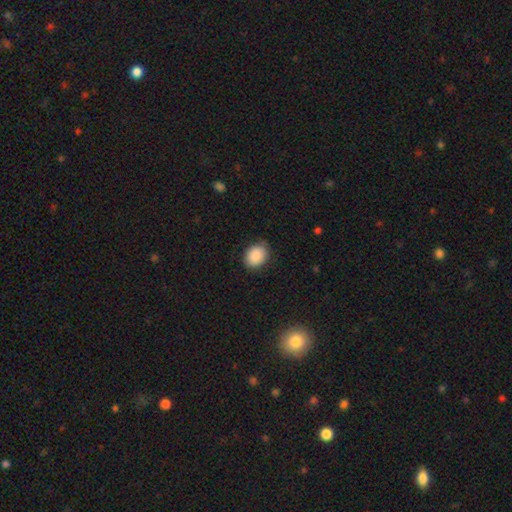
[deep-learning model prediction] This is clearly a smooth galaxy (89%). How rounded: likely in between (63%). Merging: clearly none (80%).